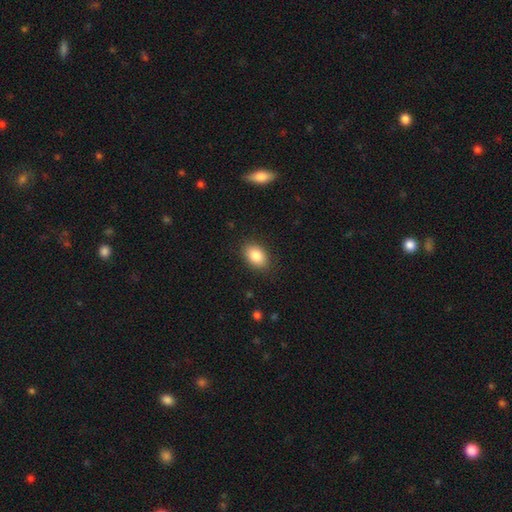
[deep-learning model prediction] Q: Smooth or featured?
A: smooth (85%); runner-up: star or artifact (8%)
Q: How rounded?
A: in between (86%); runner-up: round (12%)
Q: Merging?
A: none (87%); runner-up: minor disturbance (9%)